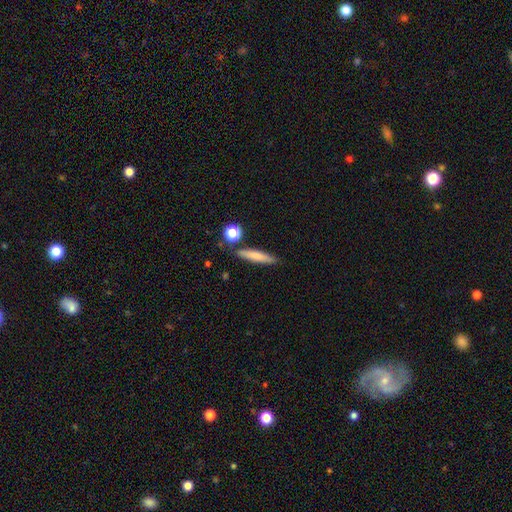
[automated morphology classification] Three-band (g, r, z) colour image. It shows a smooth galaxy with no disk features (74%) that is cigar-shaped (86%). Merging: none (81%).